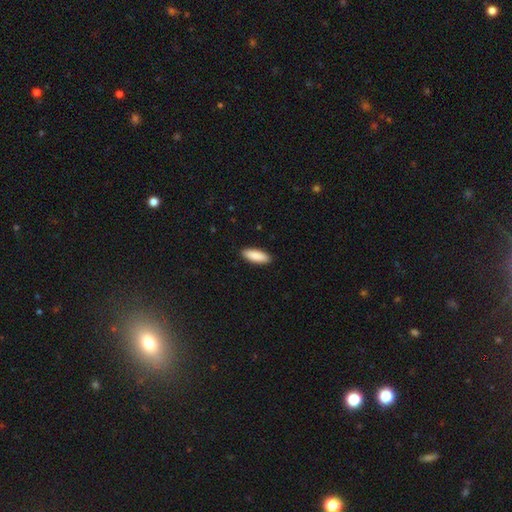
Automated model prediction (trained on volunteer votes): Smooth or featured? smooth (91%)
How rounded? in between (67%)
Merging? none (91%)